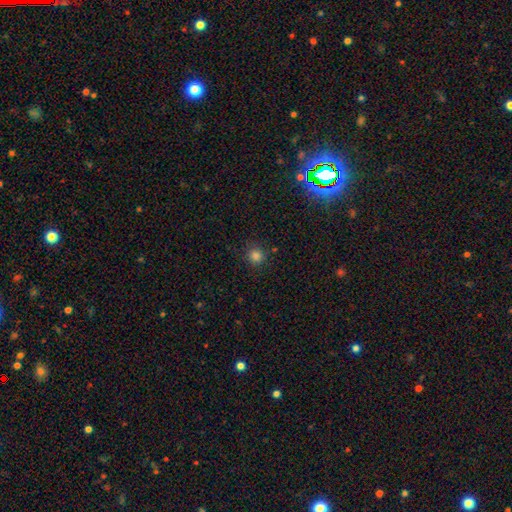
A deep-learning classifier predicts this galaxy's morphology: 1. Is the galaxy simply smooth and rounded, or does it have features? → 83% smooth, 14% star or artifact, 4% featured or disk.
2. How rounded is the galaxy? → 92% round, 7% in between, 1% cigar-shaped.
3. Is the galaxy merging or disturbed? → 85% none, 10% minor disturbance, 3% major disturbance, 2% merger.